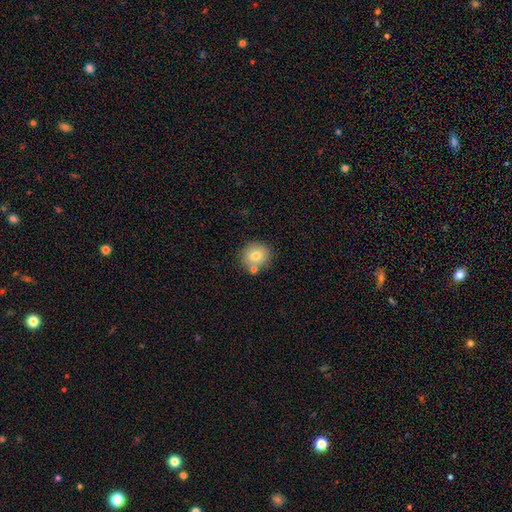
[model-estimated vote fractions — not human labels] This appears to be a smooth galaxy with no disk features (76%) that is round (86%). Merging: none (73%).